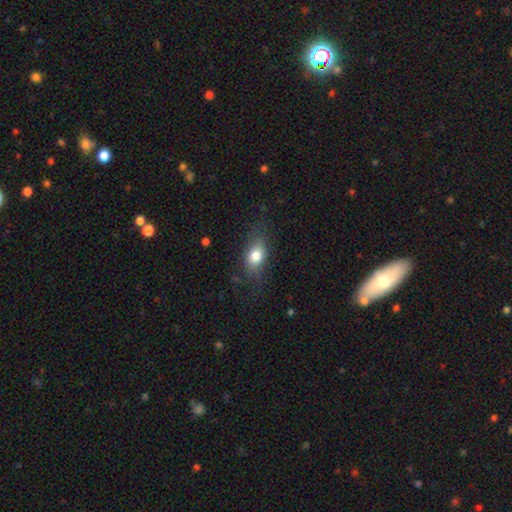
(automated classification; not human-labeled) A smooth galaxy with no disk features (76%) that is in between round and cigar-shaped (75%).

Vote fractions:
- Smooth or featured? smooth: 76% / featured or disk: 15% / star or artifact: 9%
- How rounded? in between: 75% / round: 18% / cigar-shaped: 6%
- Merging? none: 70% / minor disturbance: 19% / major disturbance: 9% / merger: 1%